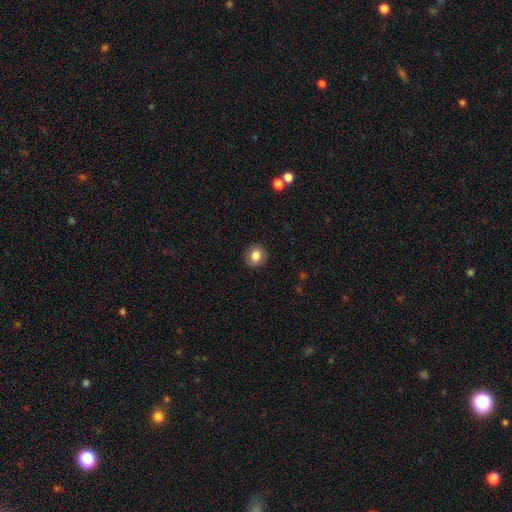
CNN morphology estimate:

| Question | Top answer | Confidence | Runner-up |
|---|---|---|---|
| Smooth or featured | smooth | 84% | star or artifact (9%) |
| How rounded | round | 76% | in between (23%) |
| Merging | none | 90% | minor disturbance (7%) |